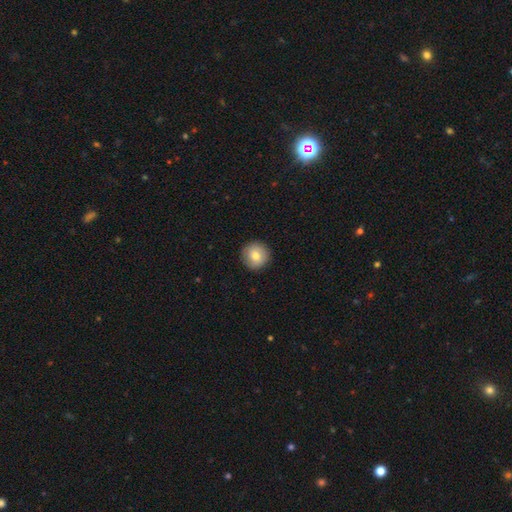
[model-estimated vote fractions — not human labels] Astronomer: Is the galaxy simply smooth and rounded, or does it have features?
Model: smooth — 78%.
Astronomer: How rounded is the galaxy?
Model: round — 95%.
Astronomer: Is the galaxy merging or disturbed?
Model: none — 91%.